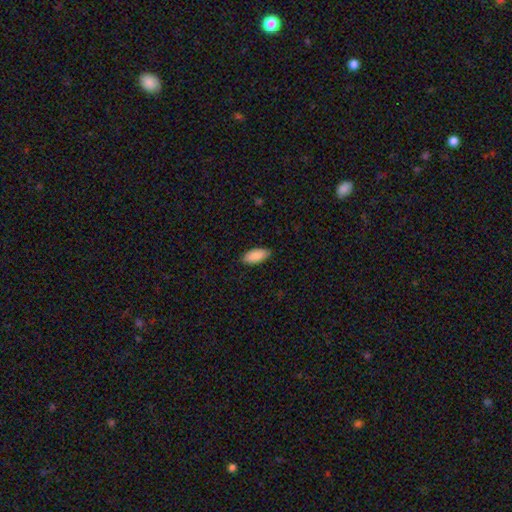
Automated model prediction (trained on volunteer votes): smooth-or-featured: smooth: 90% | star or artifact: 5% | featured or disk: 5%
  how-rounded: in between: 90% | cigar-shaped: 9% | round: 2%
  merging: none: 88% | minor disturbance: 10% | major disturbance: 2% | merger: 1%